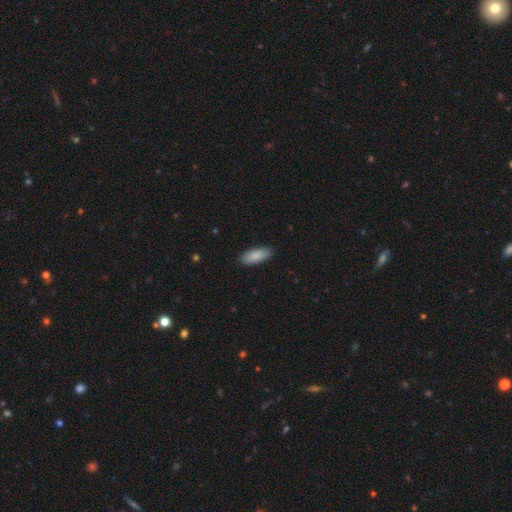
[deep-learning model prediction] Overall: smooth (88%). How rounded: in between (78%). Merging: none (88%).